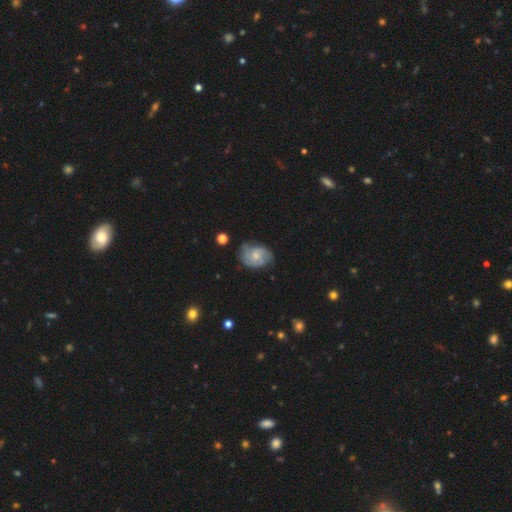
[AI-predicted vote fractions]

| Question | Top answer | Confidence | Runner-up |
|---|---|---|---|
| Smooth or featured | featured or disk | 60% | smooth (33%) |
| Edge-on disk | no | 97% | yes (3%) |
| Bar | no | 73% | weak (24%) |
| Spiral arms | yes | 84% | no (16%) |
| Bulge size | small | 58% | moderate (35%) |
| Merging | none | 60% | minor disturbance (29%) |